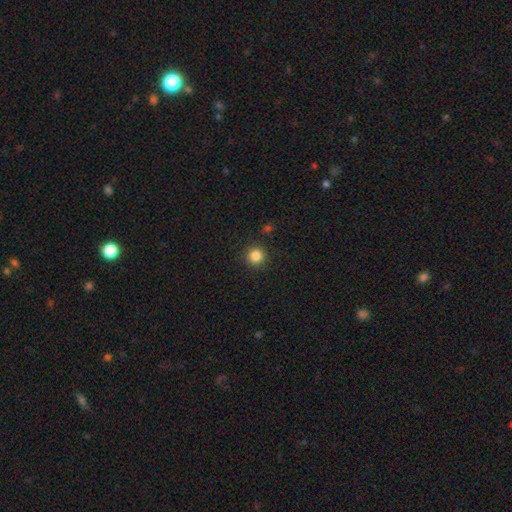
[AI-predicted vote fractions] Morphology: type=smooth (85%); roundness=round (95%); merging=none (91%).